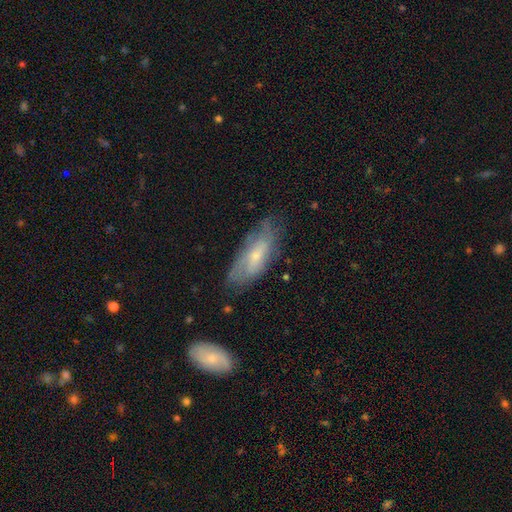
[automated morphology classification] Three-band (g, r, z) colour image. It shows a featured or disk galaxy (49%). Merging: none (61%).